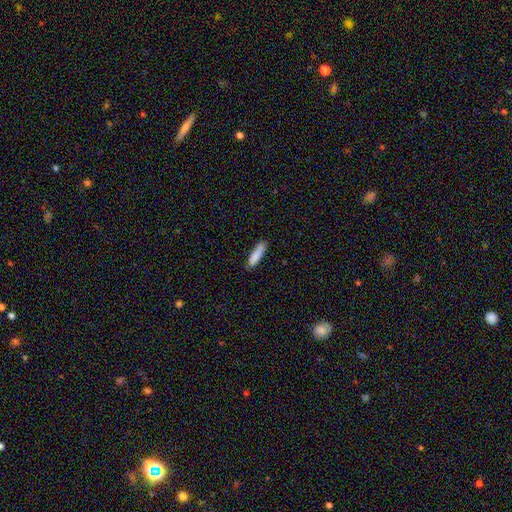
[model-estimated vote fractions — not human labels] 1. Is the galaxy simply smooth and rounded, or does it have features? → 85% smooth, 9% featured or disk, 6% star or artifact.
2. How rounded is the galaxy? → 68% cigar-shaped, 31% in between, 2% round.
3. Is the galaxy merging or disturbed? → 75% none, 18% minor disturbance, 3% merger, 3% major disturbance.